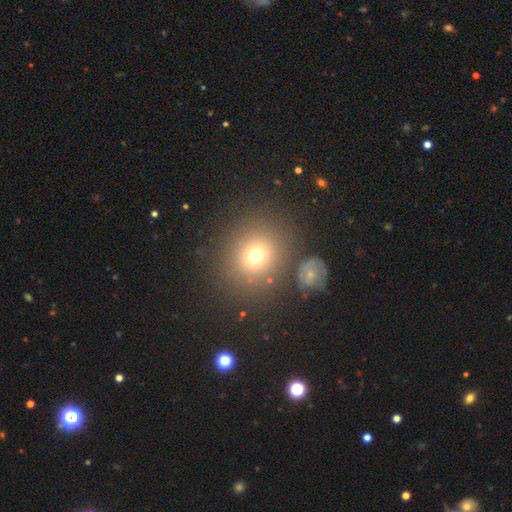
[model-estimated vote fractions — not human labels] Morphology: type=smooth (72%); roundness=round (79%); merging=none (75%).